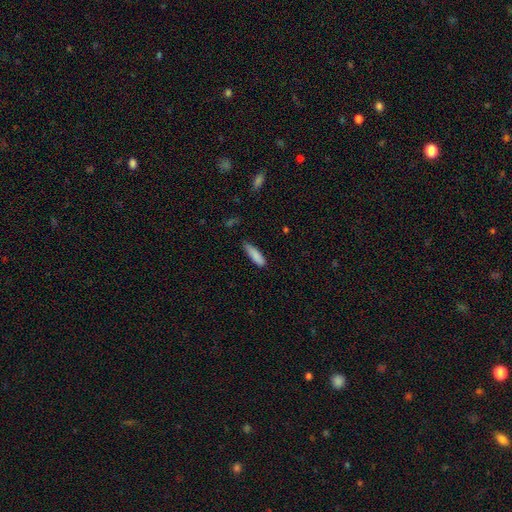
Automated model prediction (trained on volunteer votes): Q: Smooth or featured?
A: smooth (86%); runner-up: featured or disk (7%)
Q: How rounded?
A: cigar-shaped (66%); runner-up: in between (33%)
Q: Merging?
A: none (67%); runner-up: minor disturbance (27%)